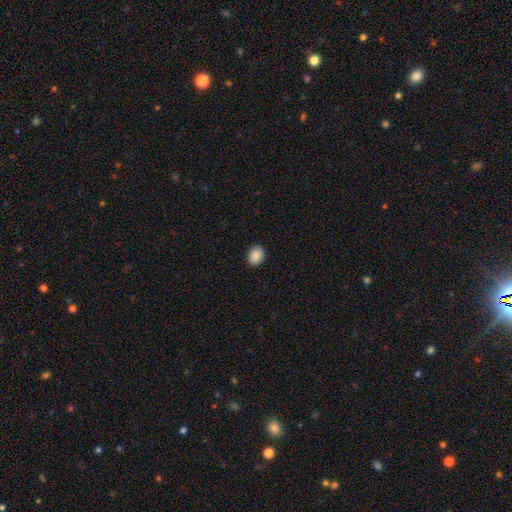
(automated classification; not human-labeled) smooth-or-featured: smooth: 89% | star or artifact: 8% | featured or disk: 3%
  how-rounded: in between: 53% | round: 46% | cigar-shaped: 1%
  merging: none: 91% | minor disturbance: 7% | major disturbance: 2% | merger: 1%